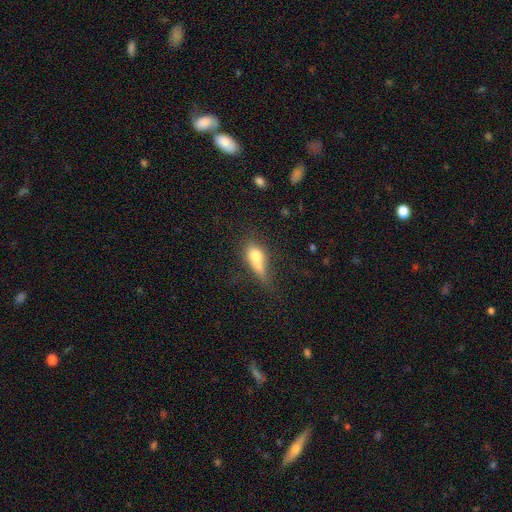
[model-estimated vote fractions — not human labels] Q: Smooth or featured?
A: smooth (66%); runner-up: featured or disk (23%)
Q: How rounded?
A: in between (62%); runner-up: cigar-shaped (24%)
Q: Merging?
A: none (29%); runner-up: minor disturbance (24%)